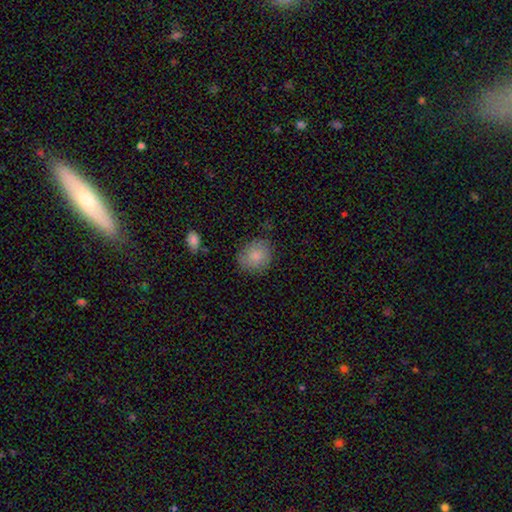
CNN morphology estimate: type=smooth (83%); roundness=round (70%); merging=none (76%).